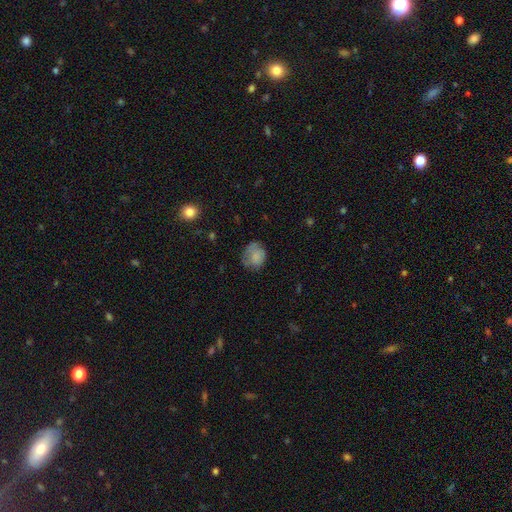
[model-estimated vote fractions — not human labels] This appears to be a smooth galaxy with no disk features (71%) that is round (62%). Merging: none (55%).